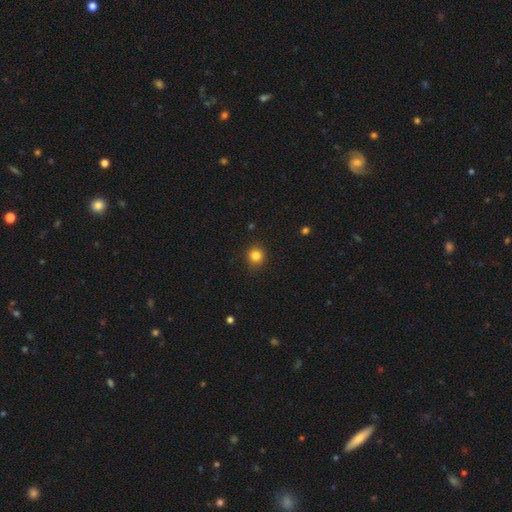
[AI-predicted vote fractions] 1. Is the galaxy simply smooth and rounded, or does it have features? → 83% smooth, 12% star or artifact, 5% featured or disk.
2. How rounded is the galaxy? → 90% round, 9% in between, 1% cigar-shaped.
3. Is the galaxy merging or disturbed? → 90% none, 7% minor disturbance, 2% major disturbance, 1% merger.